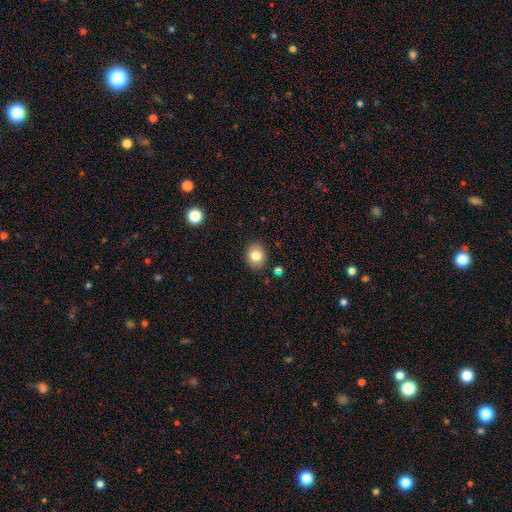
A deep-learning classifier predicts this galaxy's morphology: smooth_or_featured: smooth (p=0.82) [alt: star or artifact p=0.10]
how_rounded: round (p=0.64) [alt: in between p=0.35]
merging: none (p=0.87) [alt: minor disturbance p=0.09]